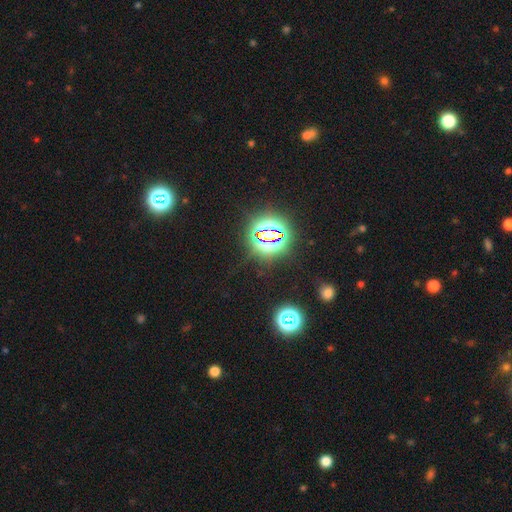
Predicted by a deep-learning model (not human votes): The model was most divided on "smooth or featured": star or artifact: 80%, smooth: 13%, featured or disk: 6%.